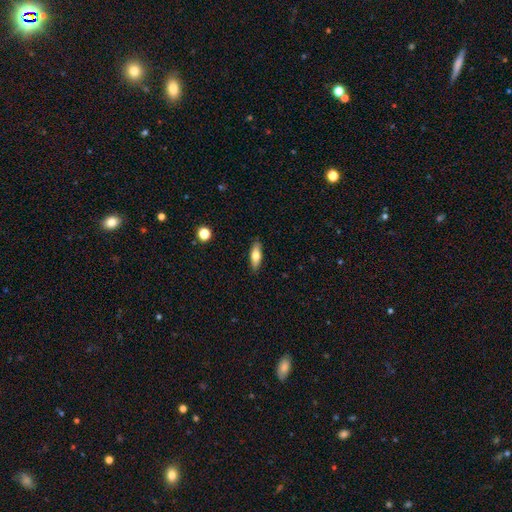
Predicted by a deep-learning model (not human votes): The model was most divided on "how rounded": in between: 64%, cigar-shaped: 34%, round: 3%. More confident: merging — none (88%); smooth or featured — smooth (72%).